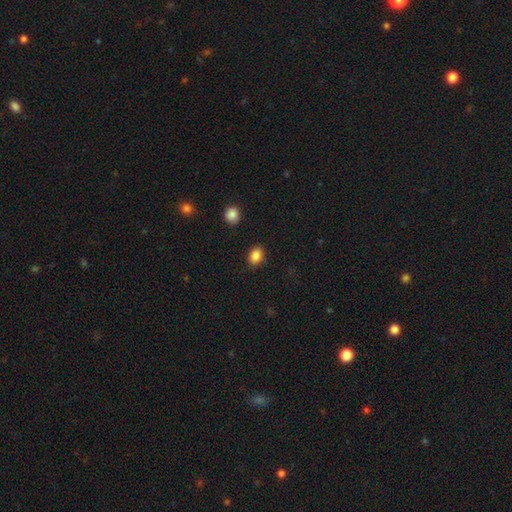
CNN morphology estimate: Smooth or featured? smooth (87%)
How rounded? in between (61%)
Merging? none (87%)